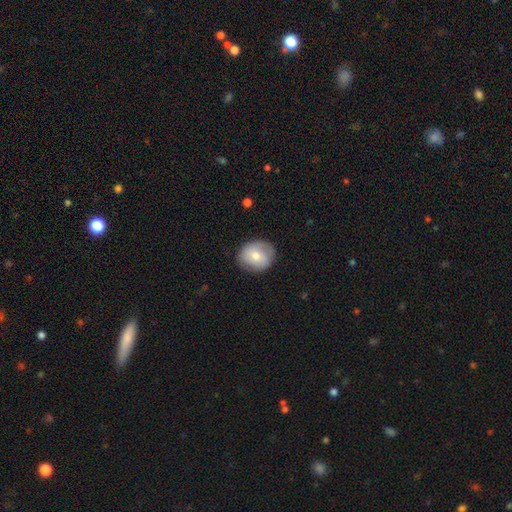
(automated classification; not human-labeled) smooth_or_featured: smooth (p=0.63) [alt: featured or disk p=0.31]
how_rounded: round (p=0.71) [alt: in between p=0.28]
merging: none (p=0.78) [alt: minor disturbance p=0.16]